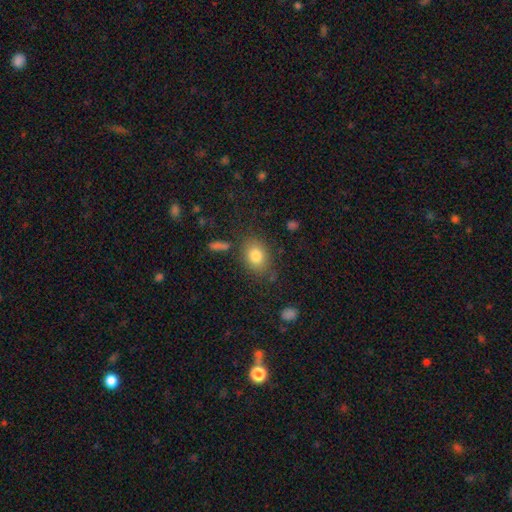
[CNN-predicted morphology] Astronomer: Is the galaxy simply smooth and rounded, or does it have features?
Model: smooth — 81%.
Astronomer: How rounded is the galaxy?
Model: in between — 64%.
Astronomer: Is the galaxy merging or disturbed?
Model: none — 77%.